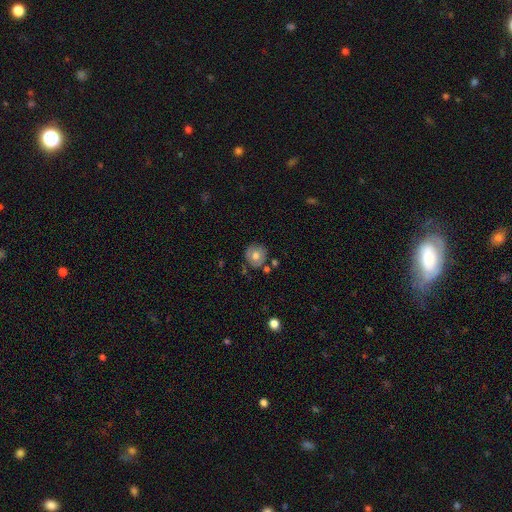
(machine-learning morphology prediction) smooth 65%, featured or disk 27%, star or artifact 9%. Down the decision tree: how rounded — round (90%); merging — none (78%).